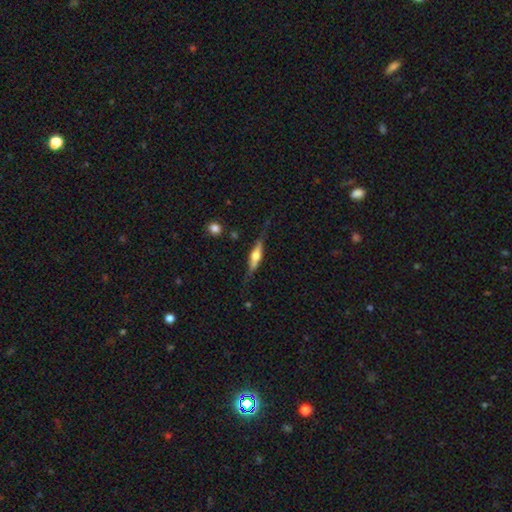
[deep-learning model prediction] A featured or disk galaxy (66%) viewed edge-on (95%) with a rounded central bulge (88%). Merging: none (76%).